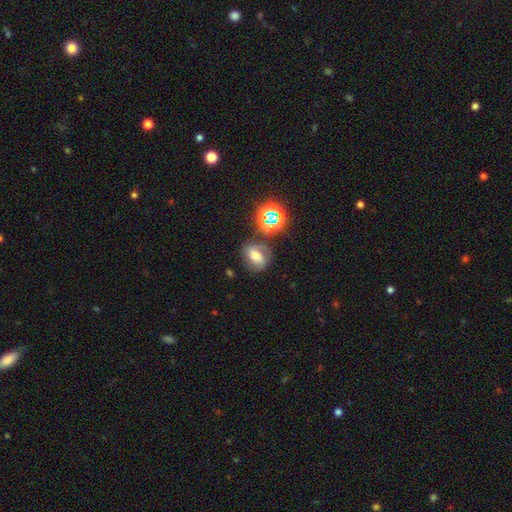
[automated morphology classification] smooth-or-featured: smooth: 38% (tied) | featured or disk: 38% (tied) | star or artifact: 24%
  merging: none: 63% | minor disturbance: 19% | merger: 9% | major disturbance: 9%